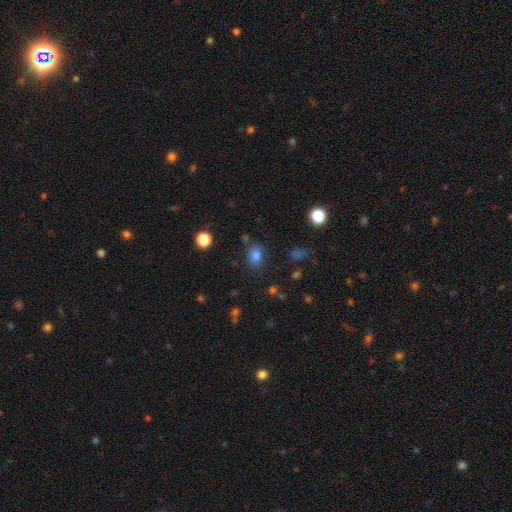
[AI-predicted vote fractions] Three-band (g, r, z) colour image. It shows a smooth galaxy with no disk features (80%) that is in between round and cigar-shaped (67%). Merging: none (75%).